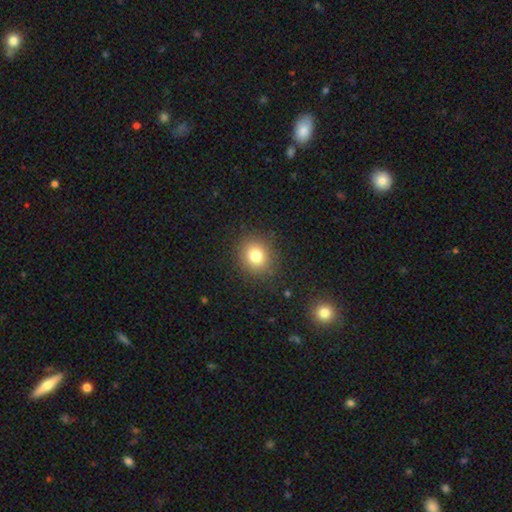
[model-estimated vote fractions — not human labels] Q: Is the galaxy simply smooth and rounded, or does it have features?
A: smooth — 80%.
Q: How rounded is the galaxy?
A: round — 82%.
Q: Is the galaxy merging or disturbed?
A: none — 88%.